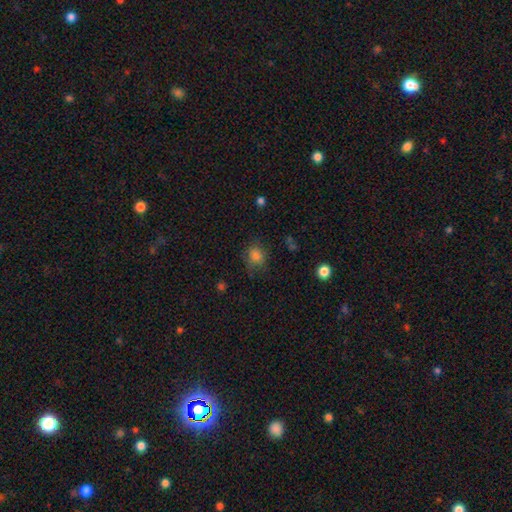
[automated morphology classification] Smooth or featured? Predicted: smooth (p=0.80). How rounded? Predicted: round (p=0.66). Merging? Predicted: none (p=0.71).